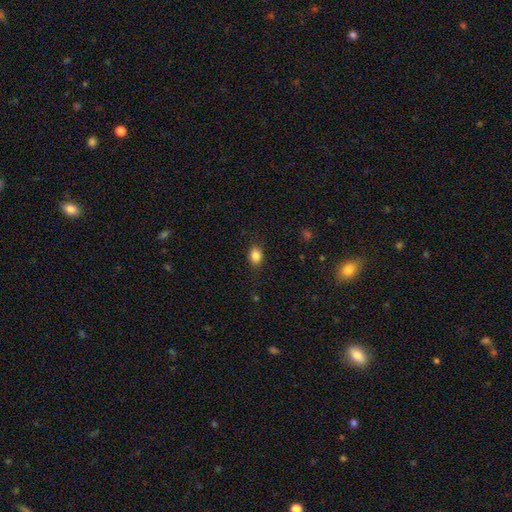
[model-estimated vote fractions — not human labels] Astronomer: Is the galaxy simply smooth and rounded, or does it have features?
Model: smooth — 85%.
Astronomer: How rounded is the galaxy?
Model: in between — 62%.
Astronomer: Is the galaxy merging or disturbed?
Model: none — 84%.